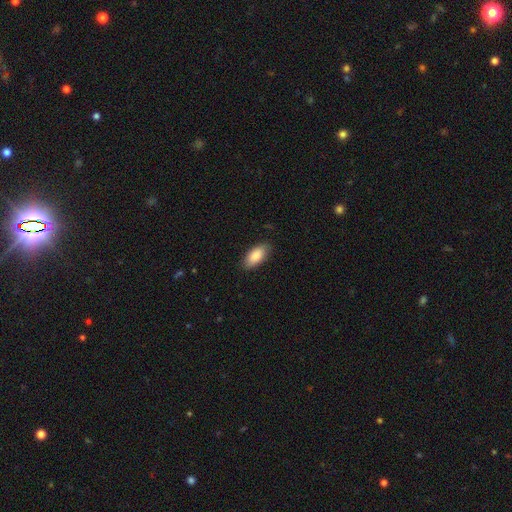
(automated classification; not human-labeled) smooth-or-featured: smooth: 88% | featured or disk: 6% | star or artifact: 6%
  how-rounded: in between: 91% | cigar-shaped: 7% | round: 2%
  merging: none: 85% | minor disturbance: 11% | major disturbance: 2% | merger: 1%